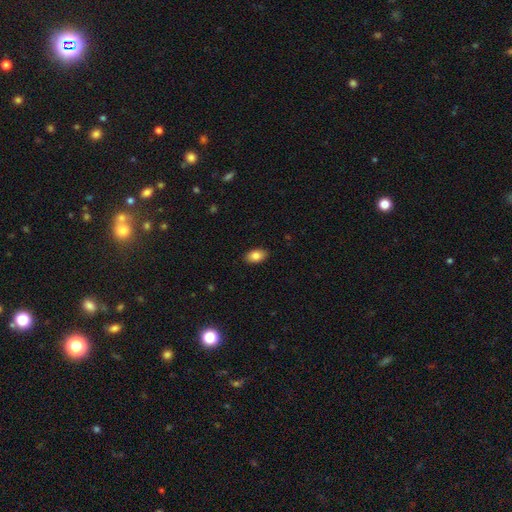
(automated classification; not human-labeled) The model was most divided on "smooth or featured": smooth: 85%, star or artifact: 8%, featured or disk: 7%. More confident: how rounded — in between (91%); merging — none (89%).